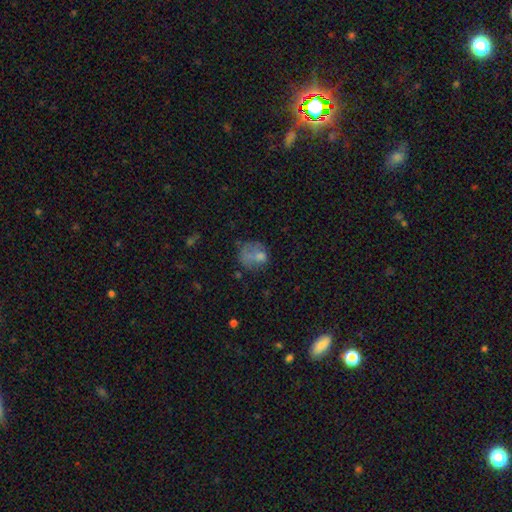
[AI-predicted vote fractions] This appears to be a smooth galaxy with no disk features (61%) that is round (54%). Merging: none (34%).